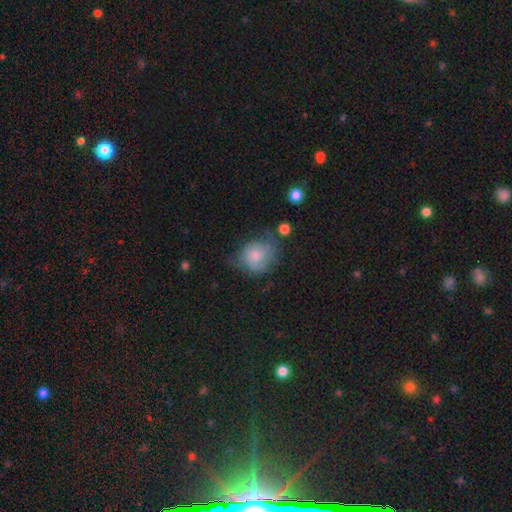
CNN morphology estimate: smooth 62%, featured or disk 30%, star or artifact 8%. Down the decision tree: how rounded — round (70%); merging — none (40%).